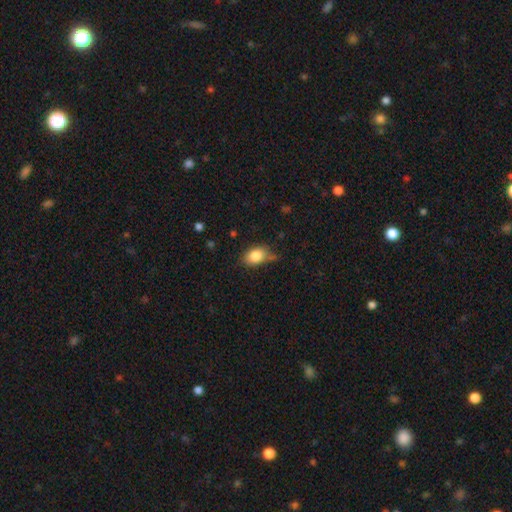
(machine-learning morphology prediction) This appears to be a smooth galaxy with no disk features (83%) that is in between round and cigar-shaped (77%). Merging: none (60%).